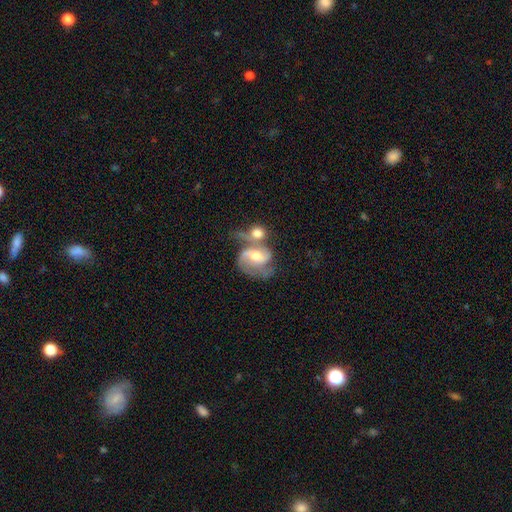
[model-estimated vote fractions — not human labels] featured or disk 82%, smooth 12%, star or artifact 7%. Down the decision tree: edge-on disk — no (97%); bar — weak (44%); spiral arms — yes (93%); spiral arm count — 2 (78%); spiral winding — medium (50%); bulge size — moderate (64%); merging — merger (48%).